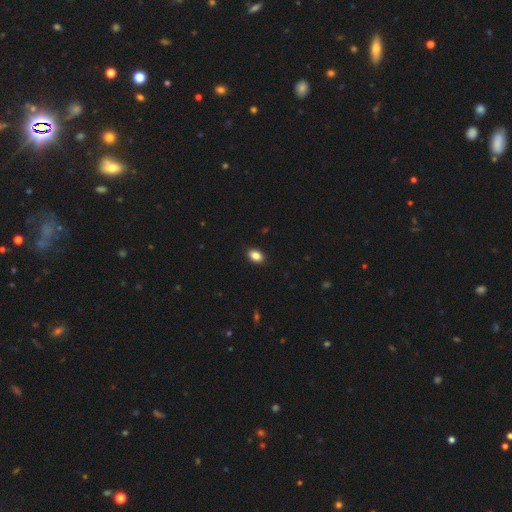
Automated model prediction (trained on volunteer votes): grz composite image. It shows a smooth galaxy with no disk features (87%) that is in between round and cigar-shaped (82%). Merging: none (90%).